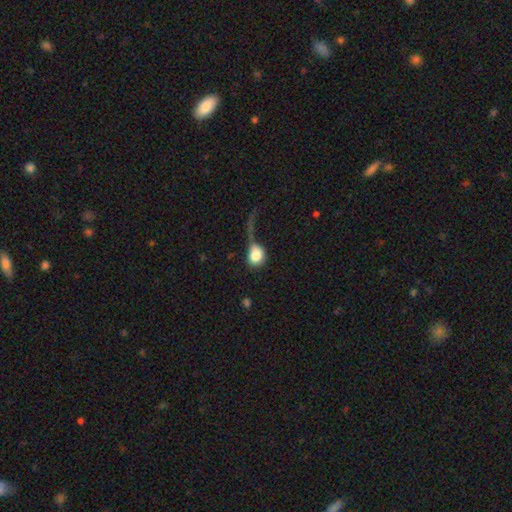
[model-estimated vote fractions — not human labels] smooth-or-featured: smooth: 78% | featured or disk: 15% | star or artifact: 8%
  how-rounded: round: 70% | in between: 28% | cigar-shaped: 2%
  merging: major disturbance: 52% | none: 24% | minor disturbance: 16% | merger: 7%